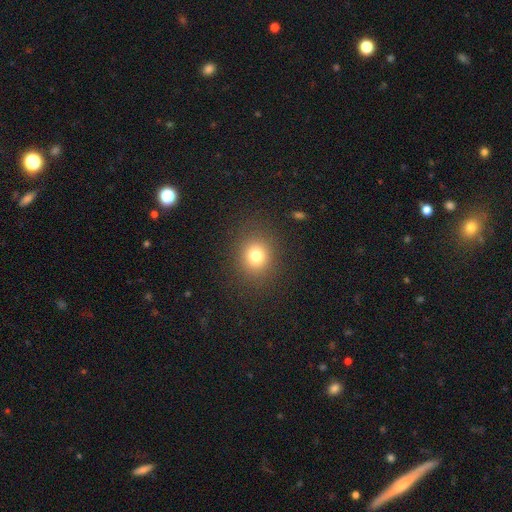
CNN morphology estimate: A smooth galaxy with no disk features (77%) that is round (75%).

Vote fractions:
- Smooth or featured? smooth: 77% / star or artifact: 14% / featured or disk: 9%
- How rounded? round: 75% / in between: 24% / cigar-shaped: 1%
- Merging? none: 87% / minor disturbance: 8% / major disturbance: 4% / merger: 1%